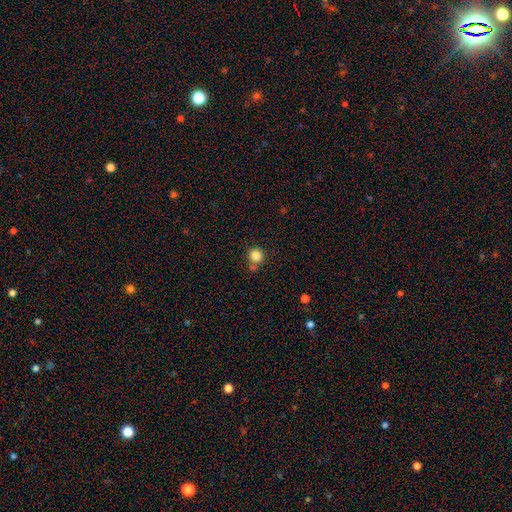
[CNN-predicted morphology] type=smooth (84%); roundness=round (91%); merging=none (71%).